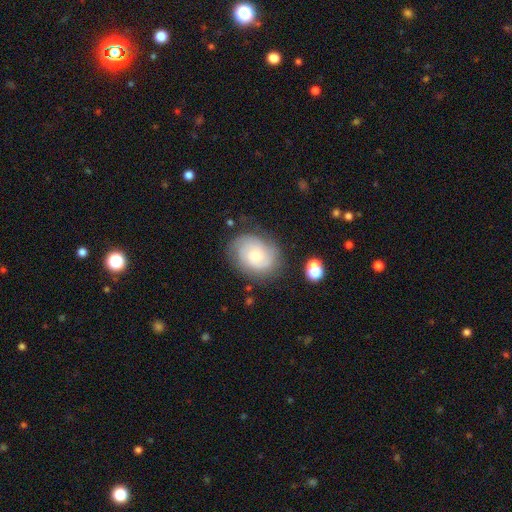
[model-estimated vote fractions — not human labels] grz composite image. It shows a featured or disk galaxy (66%) with no bar (72%), 2 (35%) tight (57%) spiral arms (91%) and a small central bulge (50%). Merging: none (73%).